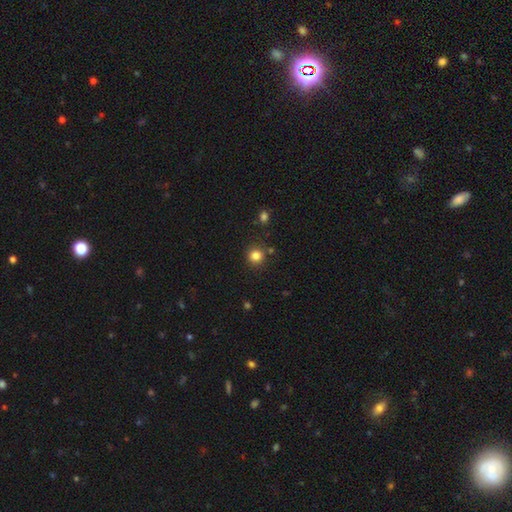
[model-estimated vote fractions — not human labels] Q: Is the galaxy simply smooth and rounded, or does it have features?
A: smooth — 83%.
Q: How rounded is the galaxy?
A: round — 93%.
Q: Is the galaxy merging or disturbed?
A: none — 86%.